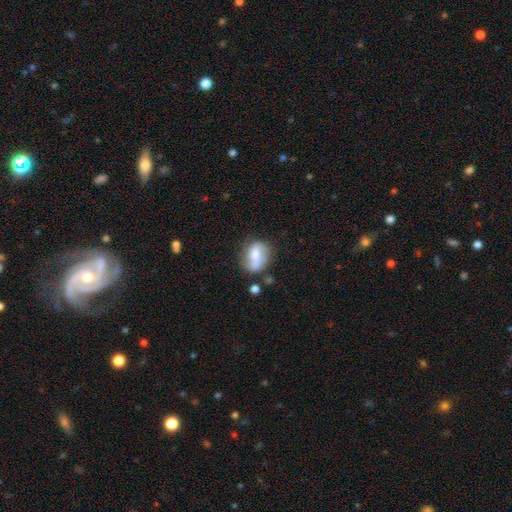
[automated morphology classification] featured or disk 48%, smooth 44%, star or artifact 8%. Down the decision tree: merging — none (54%).